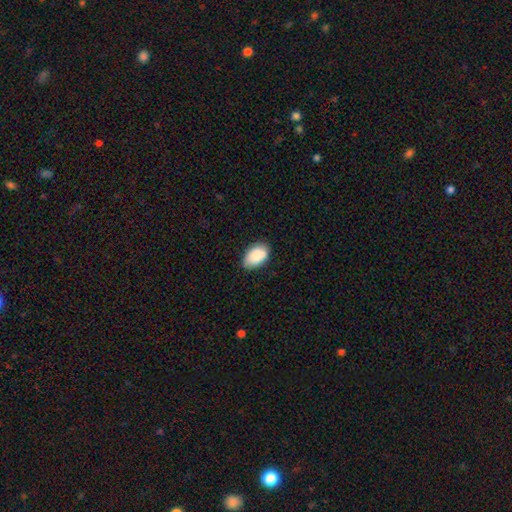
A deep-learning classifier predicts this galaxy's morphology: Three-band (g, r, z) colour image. It shows a smooth galaxy with no disk features (85%) that is in between round and cigar-shaped (92%). Merging: none (74%).